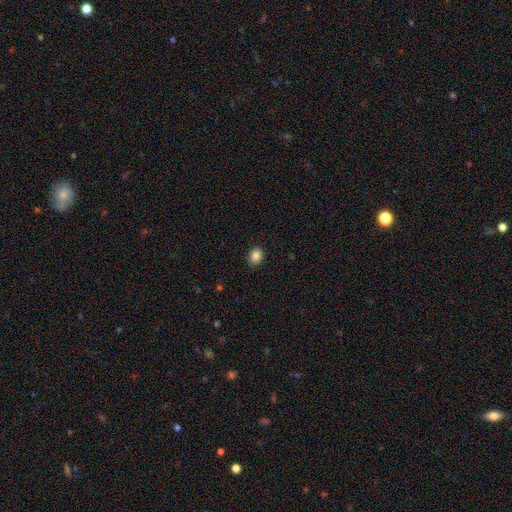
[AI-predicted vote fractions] This appears to be a smooth galaxy with no disk features (85%) that is in between round and cigar-shaped (51%). Merging: none (85%).